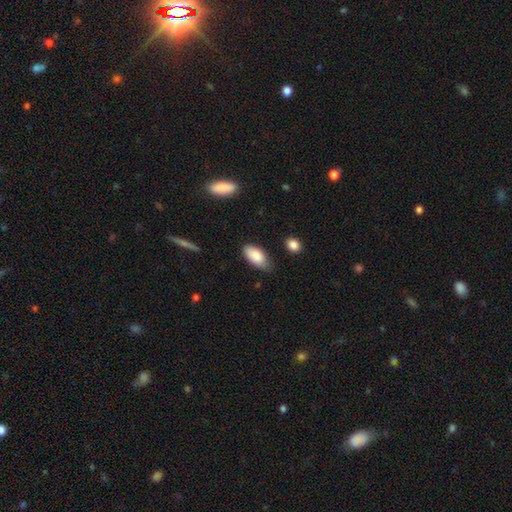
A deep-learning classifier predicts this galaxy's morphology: The model was most divided on "merging": none: 66%, minor disturbance: 27%, major disturbance: 5%, merger: 2%. More confident: how rounded — in between (92%); smooth or featured — smooth (87%).